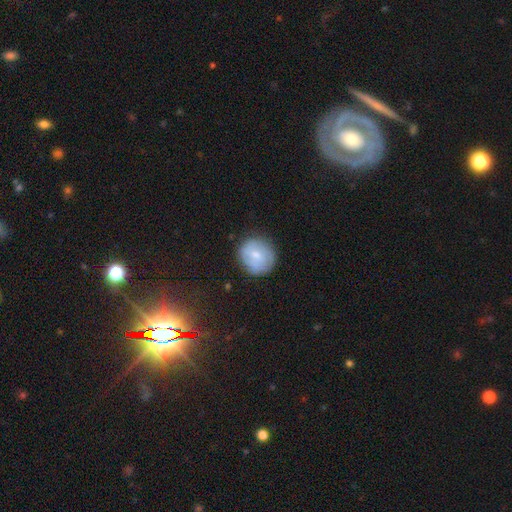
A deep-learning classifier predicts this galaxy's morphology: Smooth or featured: smooth — 66% (featured or disk — 26%)
How rounded: round — 84% (in between — 15%)
Merging: none — 79% (minor disturbance — 16%)